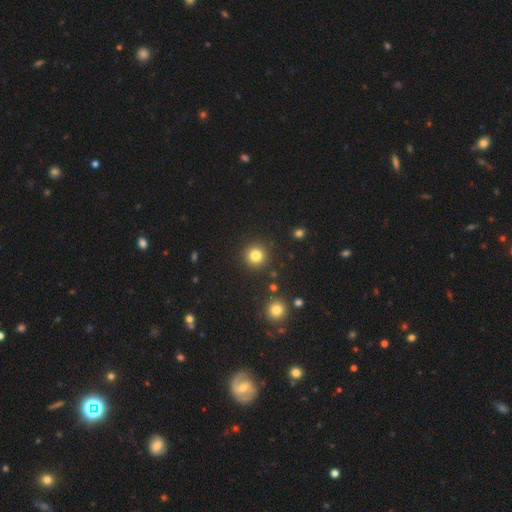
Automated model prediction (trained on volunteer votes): A smooth galaxy with no disk features (82%) that is round (94%). Merging: none (90%).